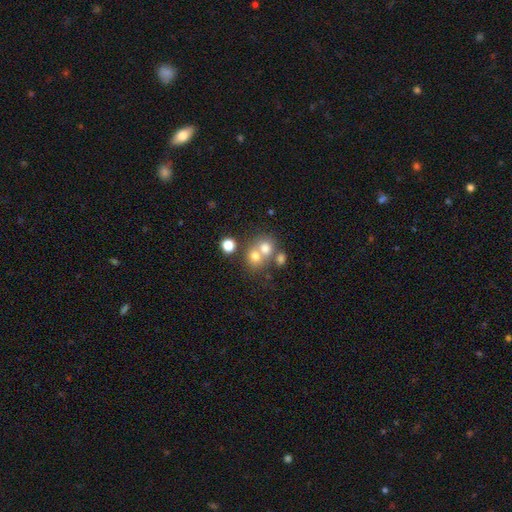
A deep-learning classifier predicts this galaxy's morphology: type=smooth (60%); roundness=round (79%); merging=merger (51%).